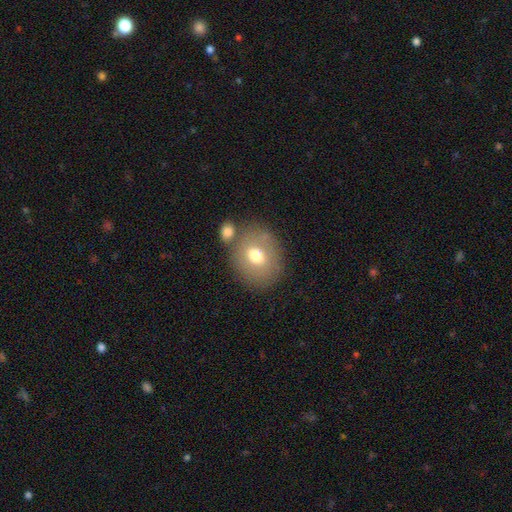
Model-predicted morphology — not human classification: smooth_or_featured: smooth (p=0.69) [alt: featured or disk p=0.22]
how_rounded: round (p=0.59) [alt: in between p=0.40]
merging: none (p=0.66) [alt: merger p=0.15]